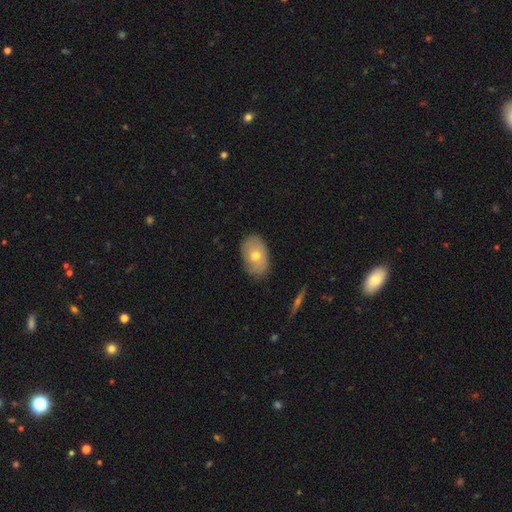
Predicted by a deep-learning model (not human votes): A smooth galaxy with no disk features (62%) that is in between round and cigar-shaped (87%).

Vote fractions:
- Smooth or featured? smooth: 62% / featured or disk: 30% / star or artifact: 8%
- How rounded? in between: 87% / round: 12% / cigar-shaped: 1%
- Merging? none: 82% / minor disturbance: 14% / major disturbance: 3% / merger: 1%